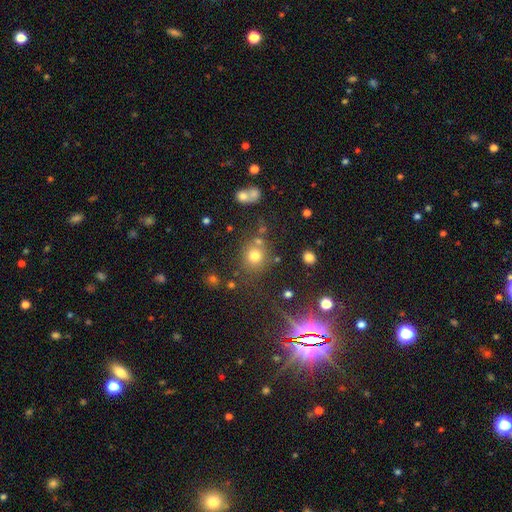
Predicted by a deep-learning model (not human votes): A smooth galaxy with no disk features (52%) that is round (82%). Merging: none (75%).